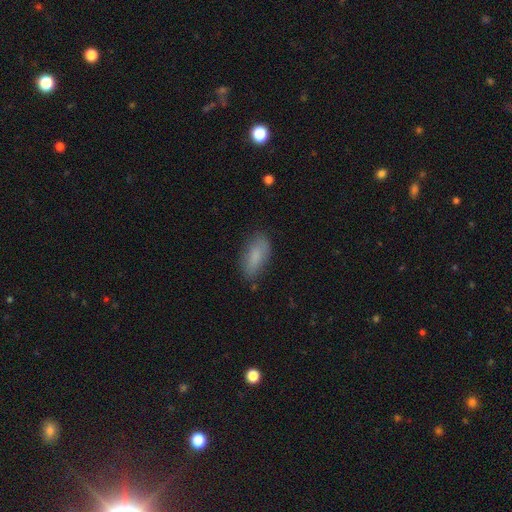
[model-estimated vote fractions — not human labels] This is clearly a smooth galaxy (81%). How rounded: clearly in between (83%). Merging: likely none (77%).